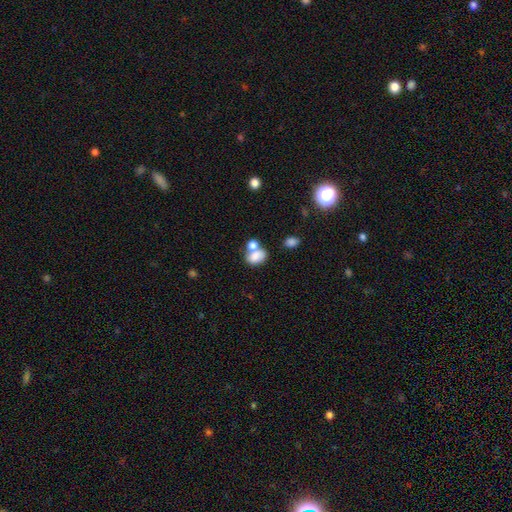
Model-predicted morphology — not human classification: smooth 77%, featured or disk 13%, star or artifact 10%. Down the decision tree: how rounded — in between (73%); merging — merger (50%).